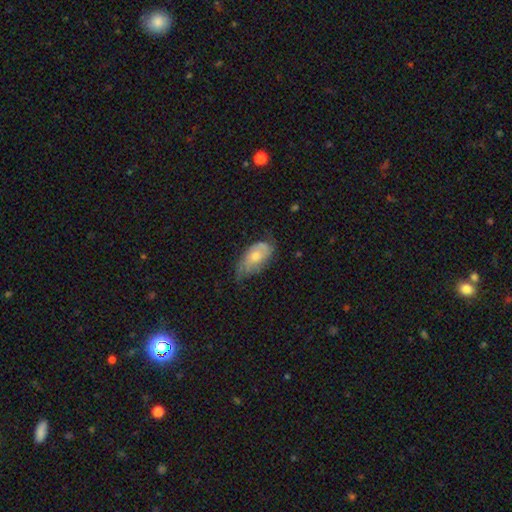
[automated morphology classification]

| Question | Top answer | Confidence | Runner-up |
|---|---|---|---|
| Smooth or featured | smooth | 50% | featured or disk (43%) |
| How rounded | in between | 91% | round (5%) |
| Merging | minor disturbance | 41% | none (38%) |